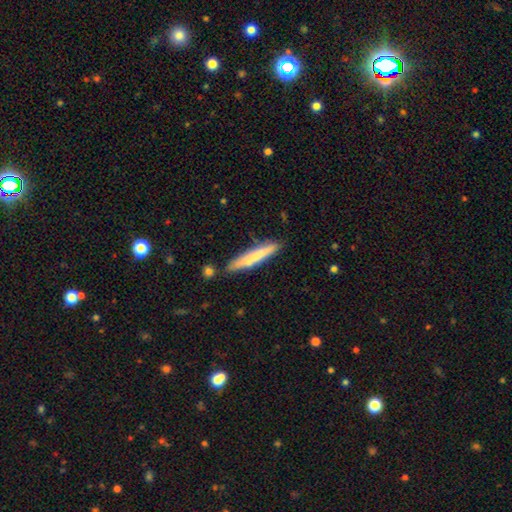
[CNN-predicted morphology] smooth_or_featured: smooth (p=0.66) [alt: featured or disk p=0.28]
how_rounded: cigar-shaped (p=0.93) [alt: in between p=0.06]
merging: none (p=0.80) [alt: minor disturbance p=0.13]